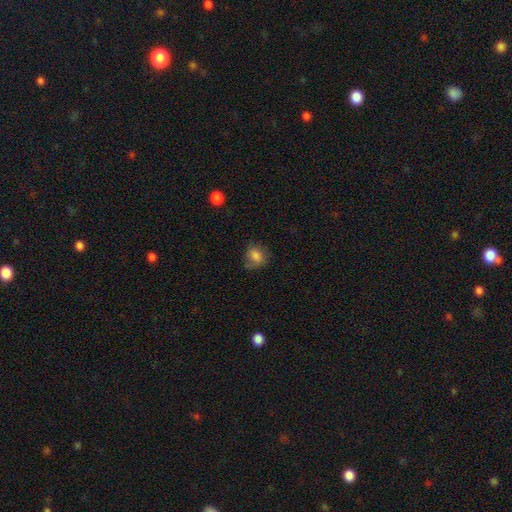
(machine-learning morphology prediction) Smooth or featured: smooth — 79% (featured or disk — 11%)
How rounded: round — 56% (in between — 43%)
Merging: none — 64% (minor disturbance — 25%)